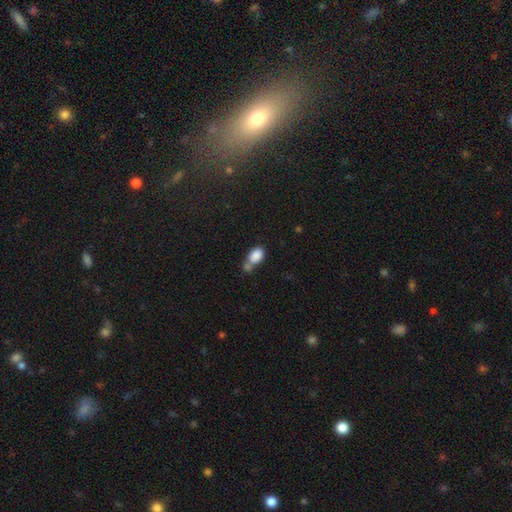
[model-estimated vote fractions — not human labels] Smooth or featured? Predicted: smooth (p=0.85). How rounded? Predicted: in between (p=0.84). Merging? Predicted: merger (p=0.46).